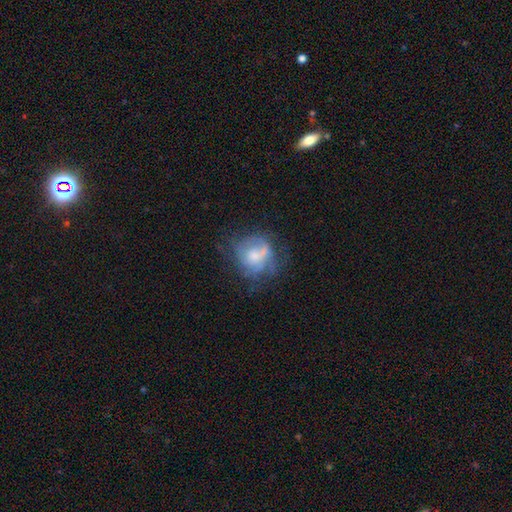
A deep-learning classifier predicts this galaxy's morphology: smooth-or-featured: featured or disk: 48% | smooth: 42% | star or artifact: 10%
  merging: none: 46% | minor disturbance: 25% | major disturbance: 24% | merger: 5%